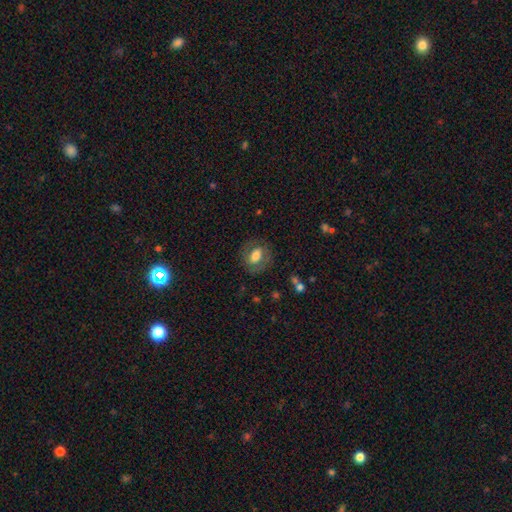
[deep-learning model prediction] This is possibly a smooth galaxy (58%). How rounded: likely in between (68%). Merging: likely none (77%).